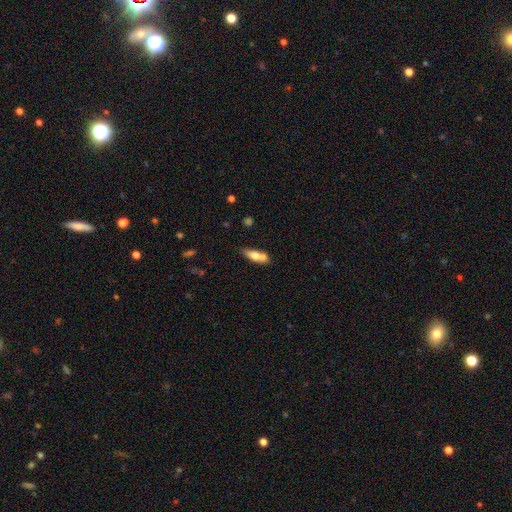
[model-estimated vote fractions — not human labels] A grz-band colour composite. It shows a smooth galaxy with no disk features (67%) that is in between round and cigar-shaped (56%). Merging: none (54%).